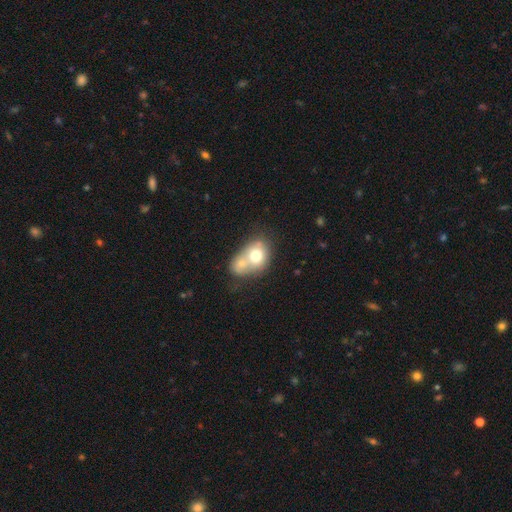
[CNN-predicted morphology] Smooth or featured?
  - smooth: 67% *
  - featured or disk: 24%
  - star or artifact: 9%
How rounded?
  - in between: 52% *
  - round: 47%
  - cigar-shaped: 1%
Merging?
  - merger: 69% *
  - none: 17%
  - minor disturbance: 9%
  - major disturbance: 5%